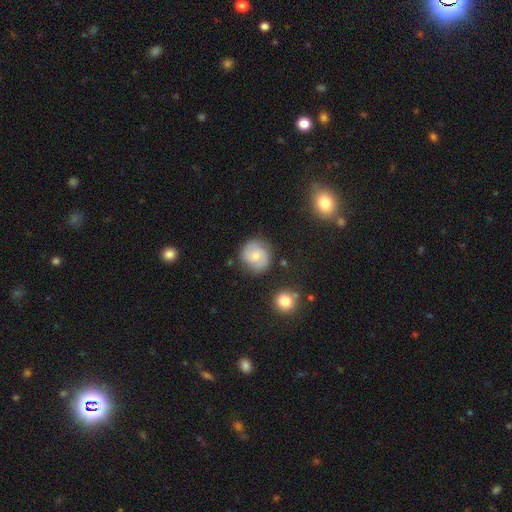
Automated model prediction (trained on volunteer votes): Overall: smooth (51%; featured or disk 40%). How rounded: round (88%). Merging: none (78%).